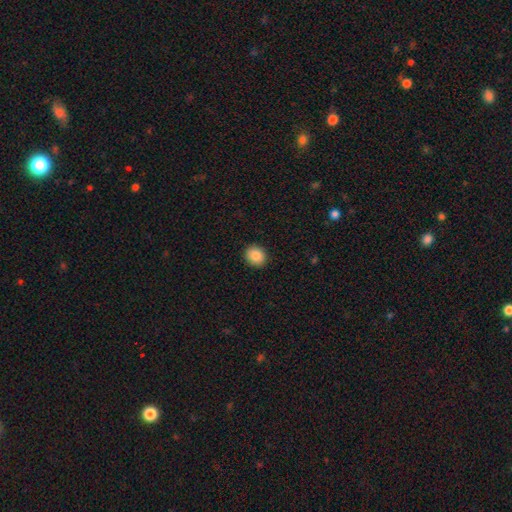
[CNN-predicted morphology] This appears to be a smooth galaxy with no disk features (87%) that is round (75%). Merging: none (92%).